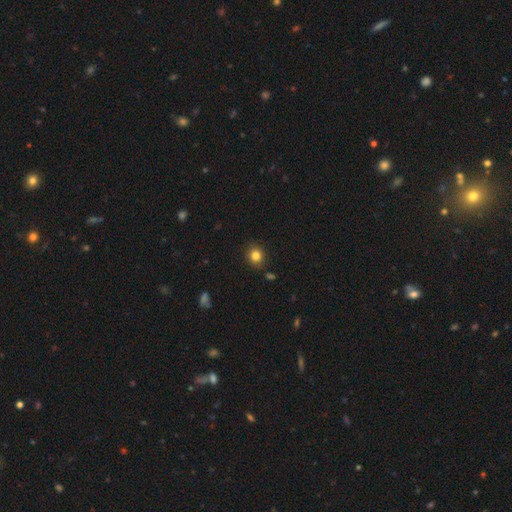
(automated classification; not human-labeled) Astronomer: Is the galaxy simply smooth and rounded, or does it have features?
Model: smooth — 82%.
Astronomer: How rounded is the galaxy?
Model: round — 81%.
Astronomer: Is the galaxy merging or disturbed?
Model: none — 87%.